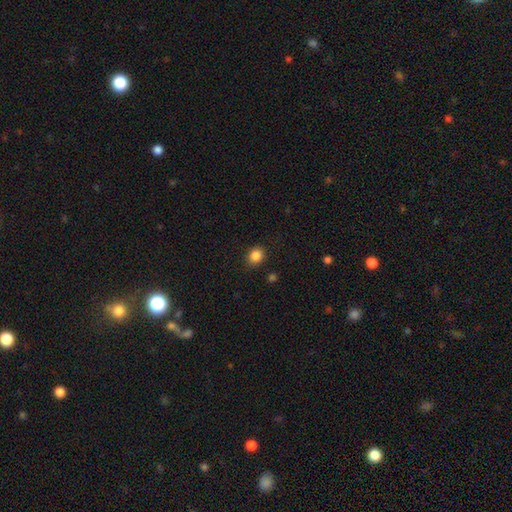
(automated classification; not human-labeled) smooth 86%, star or artifact 11%, featured or disk 4%. Down the decision tree: how rounded — round (69%); merging — none (85%).